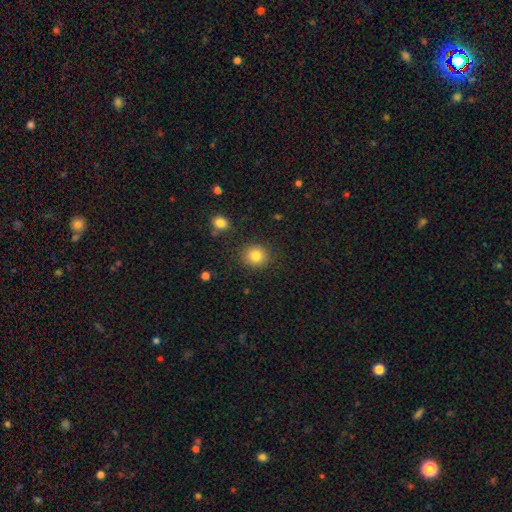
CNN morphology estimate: type=smooth (83%); roundness=round (86%); merging=none (88%).